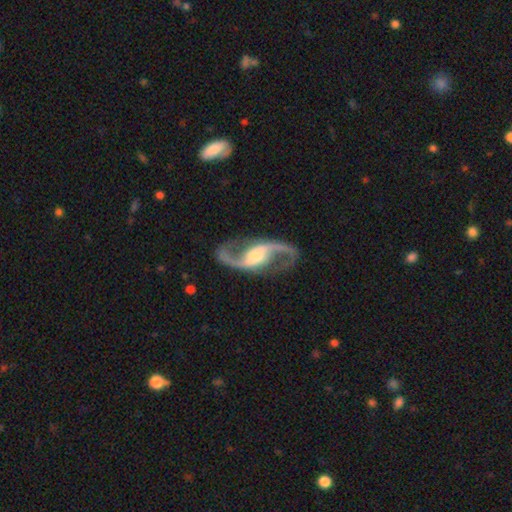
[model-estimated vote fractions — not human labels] Overall: featured or disk (94%). Edge-on disk: no (97%). Bar: weak (41%; strong 31%). Spiral arms: yes (98%). Spiral arm count: 2 (95%). Spiral winding: loose (59%; medium 36%). Bulge size: moderate (53%; small 30%). Merging: none (84%).